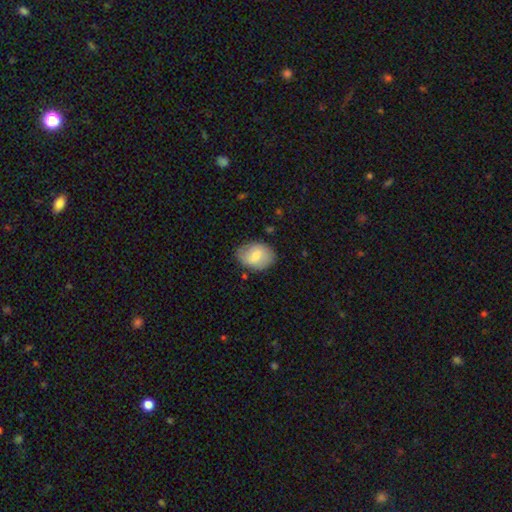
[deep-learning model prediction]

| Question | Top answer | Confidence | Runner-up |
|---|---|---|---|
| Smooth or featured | smooth | 66% | featured or disk (28%) |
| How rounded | in between | 72% | round (27%) |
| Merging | none | 77% | minor disturbance (17%) |